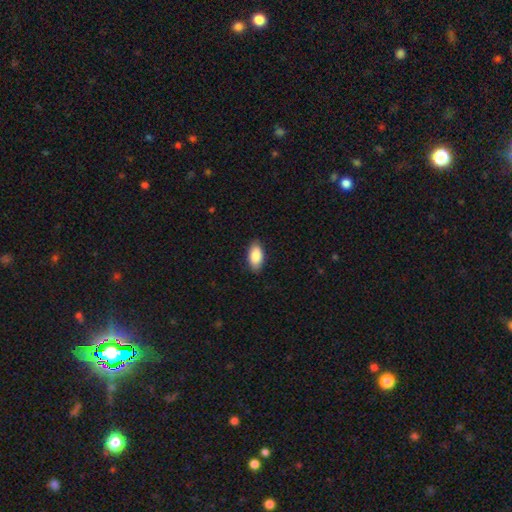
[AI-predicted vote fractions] Smooth or featured? Predicted: smooth (p=0.89). How rounded? Predicted: in between (p=0.93). Merging? Predicted: none (p=0.86).